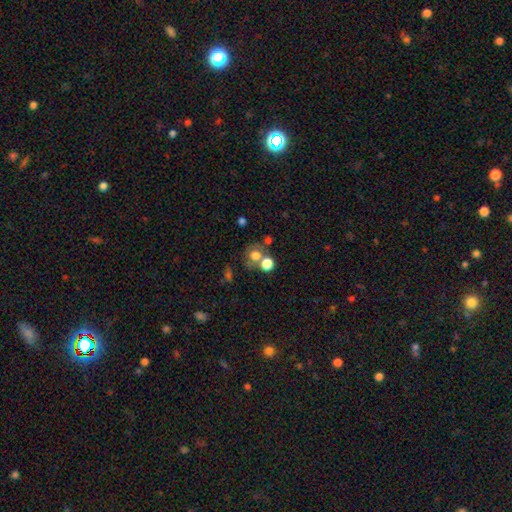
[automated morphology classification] This appears to be a smooth galaxy with no disk features (71%) that is round (78%). Merging: none (49%).